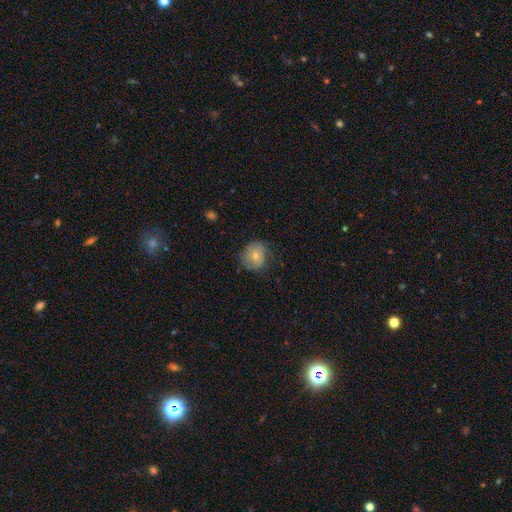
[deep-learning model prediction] This appears to be a smooth galaxy with no disk features (57%) that is round (73%). Merging: none (64%).